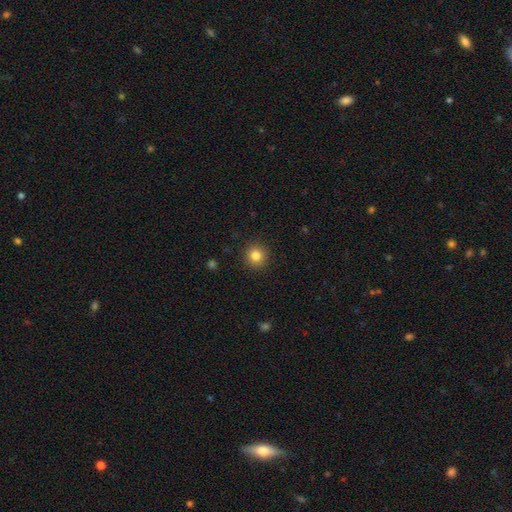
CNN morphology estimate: Q: Smooth or featured?
A: smooth (82%); runner-up: star or artifact (11%)
Q: How rounded?
A: round (93%); runner-up: in between (6%)
Q: Merging?
A: none (91%); runner-up: minor disturbance (6%)